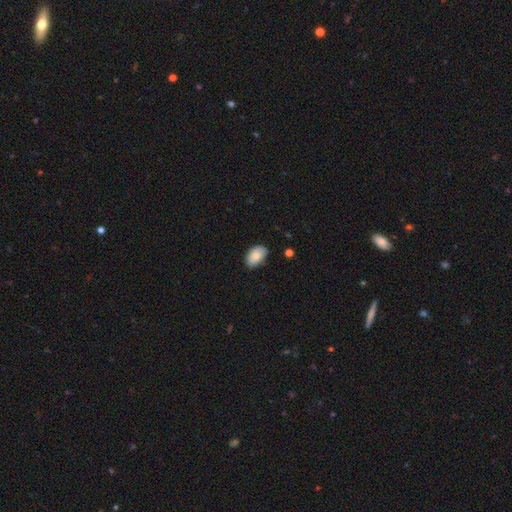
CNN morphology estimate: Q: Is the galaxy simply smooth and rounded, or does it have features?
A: smooth — 84%.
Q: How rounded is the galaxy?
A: in between — 93%.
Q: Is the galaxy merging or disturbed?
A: none — 81%.